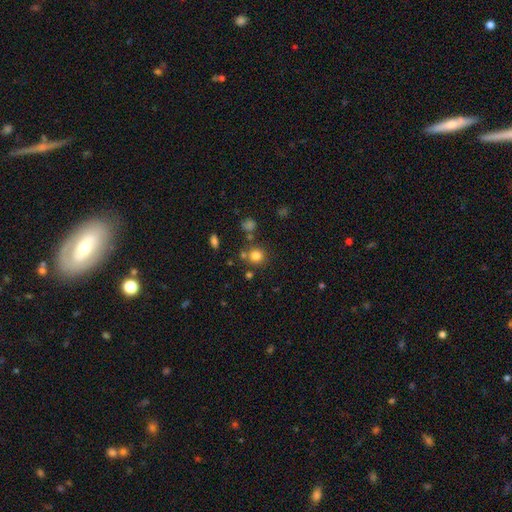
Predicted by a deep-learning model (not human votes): Smooth or featured? Predicted: smooth (p=0.79). How rounded? Predicted: round (p=0.90). Merging? Predicted: none (p=0.75).